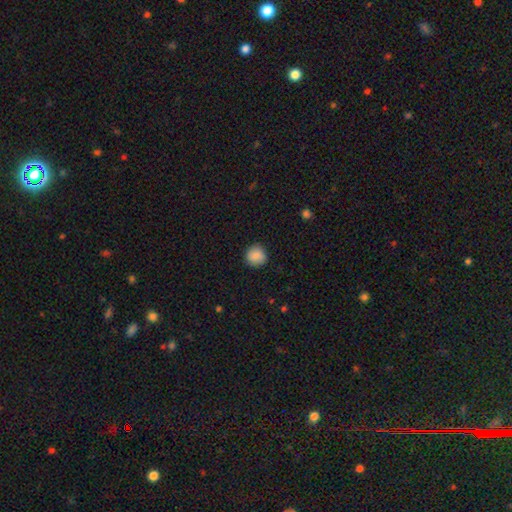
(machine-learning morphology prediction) This is clearly a smooth galaxy (85%). How rounded: clearly round (91%). Merging: clearly none (88%).